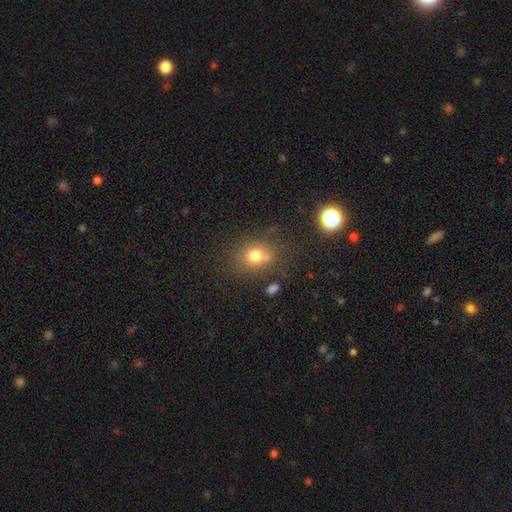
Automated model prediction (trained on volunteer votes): A smooth galaxy with no disk features (73%) that is round (60%). Merging: none (65%).